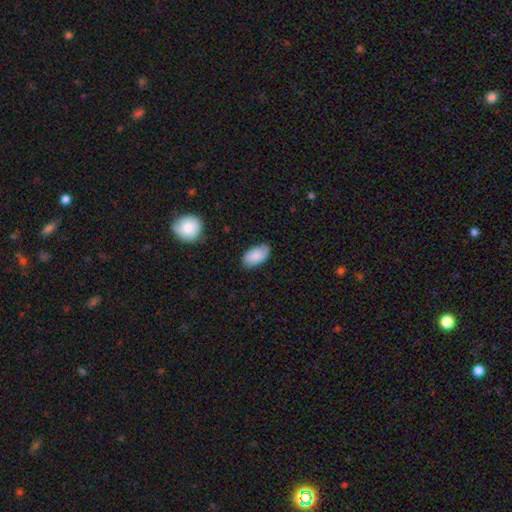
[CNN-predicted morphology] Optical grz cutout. It shows a smooth galaxy with no disk features (84%) that is in between round and cigar-shaped (95%). Merging: none (77%).